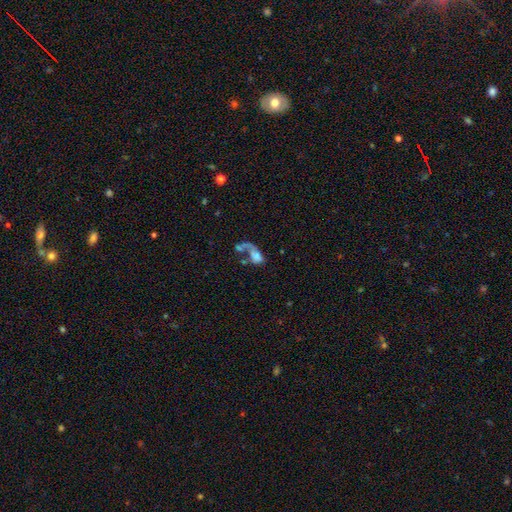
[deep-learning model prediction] Smooth or featured?
  - featured or disk: 44% * (tied)
  - smooth: 44% * (tied)
  - star or artifact: 12%
Merging?
  - major disturbance: 38% *
  - merger: 37%
  - none: 16%
  - minor disturbance: 9%